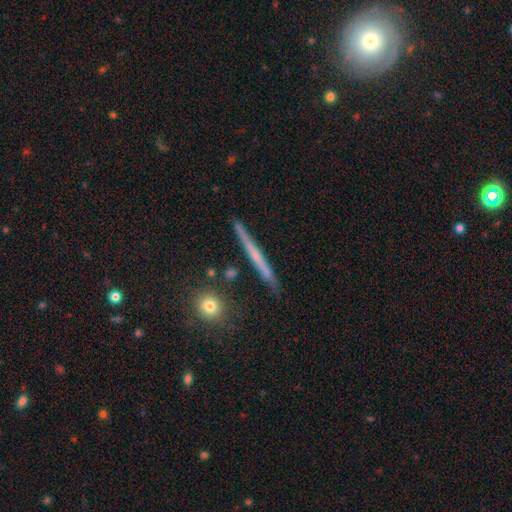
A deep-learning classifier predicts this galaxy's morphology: Smooth or featured? Predicted: featured or disk (p=0.54). Edge-on disk? Predicted: yes (p=0.96). Edge-on bulge? Predicted: none (p=0.81). Merging? Predicted: none (p=0.87).